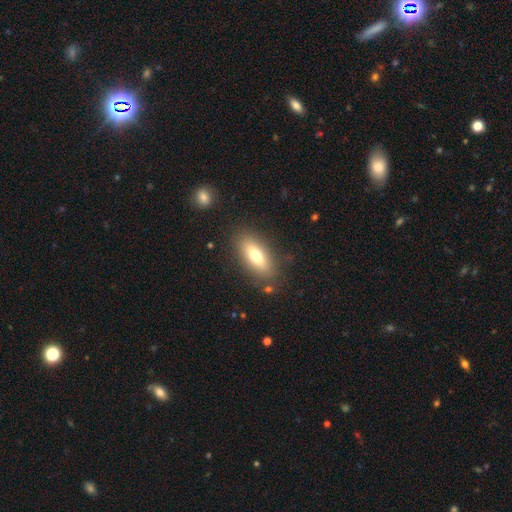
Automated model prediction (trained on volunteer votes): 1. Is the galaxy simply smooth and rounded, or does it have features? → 68% smooth, 24% featured or disk, 8% star or artifact.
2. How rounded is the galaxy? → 76% in between, 21% cigar-shaped, 3% round.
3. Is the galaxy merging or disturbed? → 83% none, 11% minor disturbance, 4% major disturbance, 2% merger.